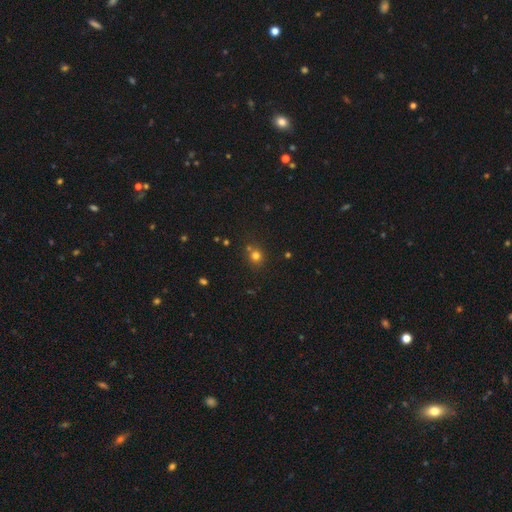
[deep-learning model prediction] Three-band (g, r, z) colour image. It shows a smooth galaxy with no disk features (75%) that is round (85%). Merging: none (69%).